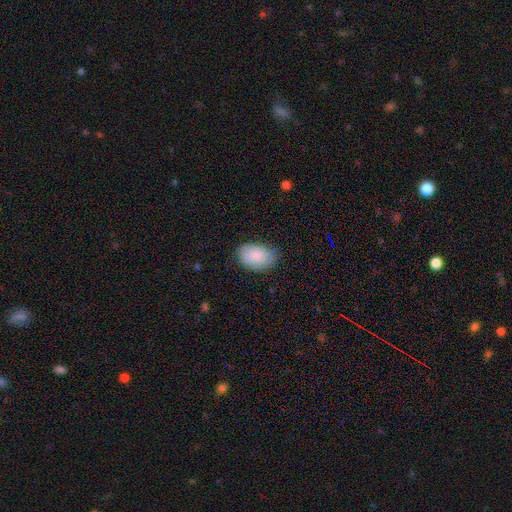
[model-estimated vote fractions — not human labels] Smooth or featured?
  - smooth: 77% *
  - featured or disk: 16%
  - star or artifact: 6%
How rounded?
  - in between: 88% *
  - round: 11%
  - cigar-shaped: 1%
Merging?
  - none: 73% *
  - minor disturbance: 21%
  - major disturbance: 4%
  - merger: 1%